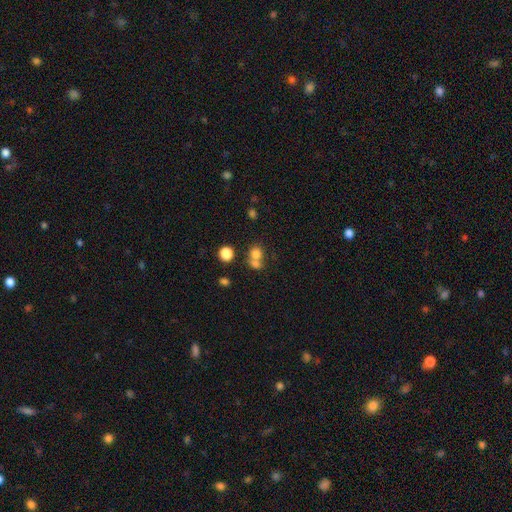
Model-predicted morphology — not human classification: type=smooth (75%); roundness=round (79%); merging=merger (52%).